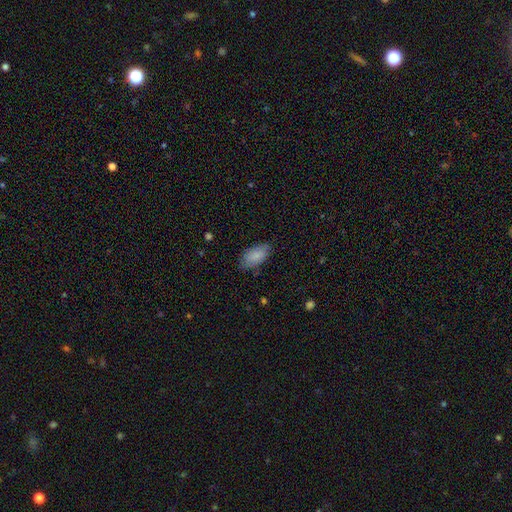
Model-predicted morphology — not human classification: Overall: smooth (85%). How rounded: in between (93%). Merging: none (75%).